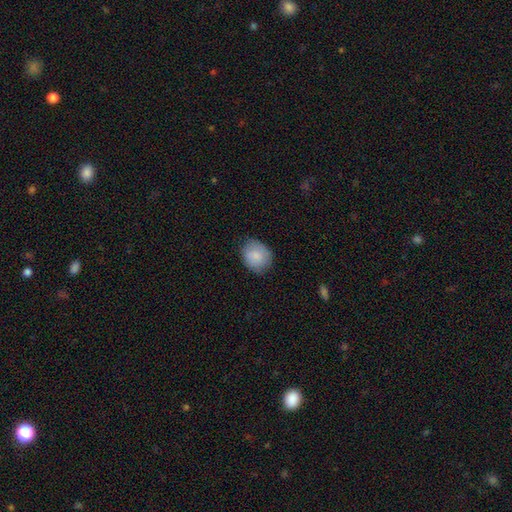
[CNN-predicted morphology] smooth 85%, featured or disk 8%, star or artifact 7%. Down the decision tree: how rounded — round (65%); merging — none (77%).